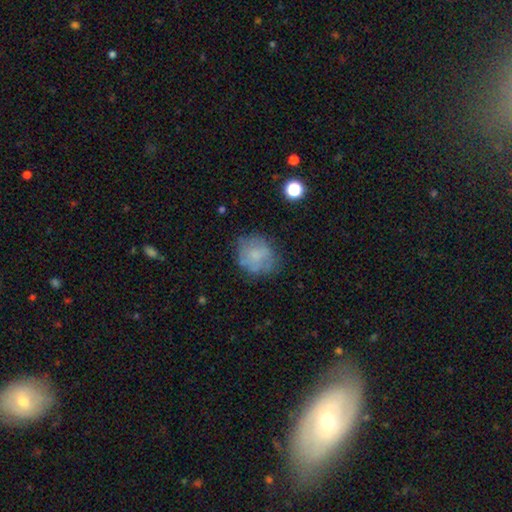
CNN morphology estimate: This is possibly a smooth galaxy (58%). How rounded: likely round (70%). Merging: likely none (62%).